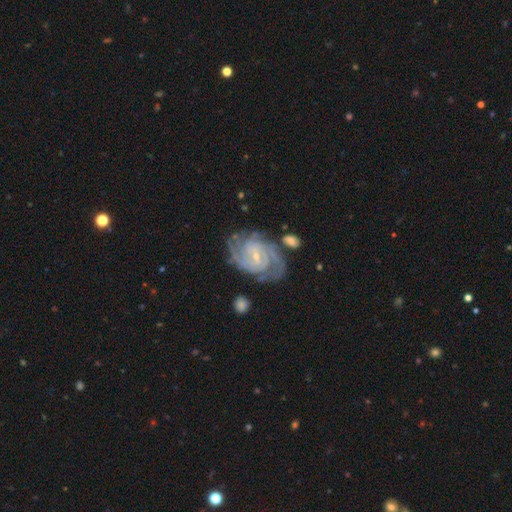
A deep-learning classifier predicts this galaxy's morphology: smooth-or-featured: featured or disk: 90% | star or artifact: 5% | smooth: 5%
  disk-edge-on: no: 98% | yes: 2%
    bar: weak: 44% | no: 41% | strong: 15%
    has-spiral-arms: yes: 98% | no: 2%
      spiral-winding: tight: 66% | medium: 30% | loose: 5%
      spiral-arm-count: 2: 24% | 3: 22% | can't tell: 21% | 4: 19% | more than 4: 8% | 1: 6%
    bulge-size: small: 81% | moderate: 14% | none: 3% | large: 1% | dominant: 1%
  merging: none: 68% | minor disturbance: 18% | major disturbance: 8% | merger: 6%